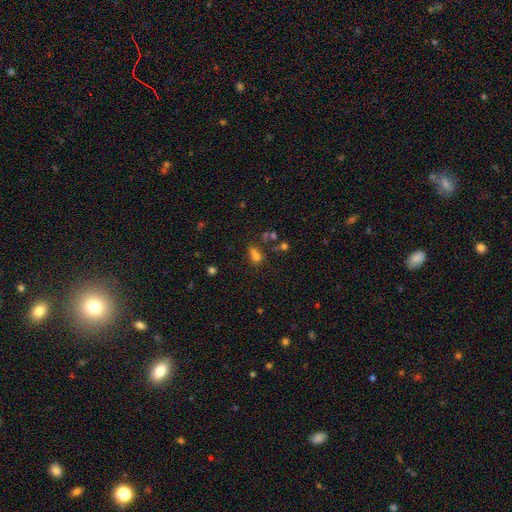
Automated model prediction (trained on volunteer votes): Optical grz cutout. It shows a smooth galaxy with no disk features (64%) that is in between round and cigar-shaped (52%). Merging: none (38%).